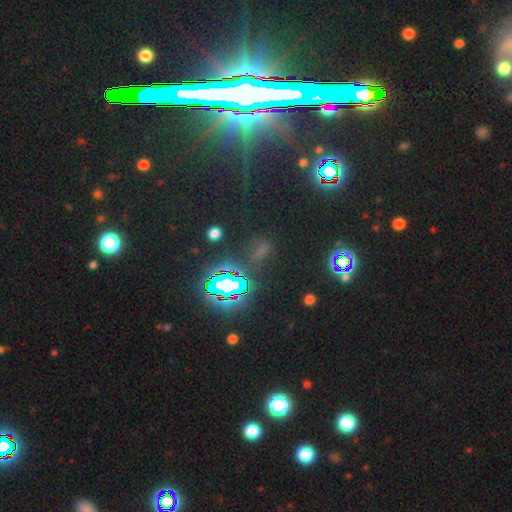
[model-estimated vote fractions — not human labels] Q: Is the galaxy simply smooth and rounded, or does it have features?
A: star or artifact — 80%.